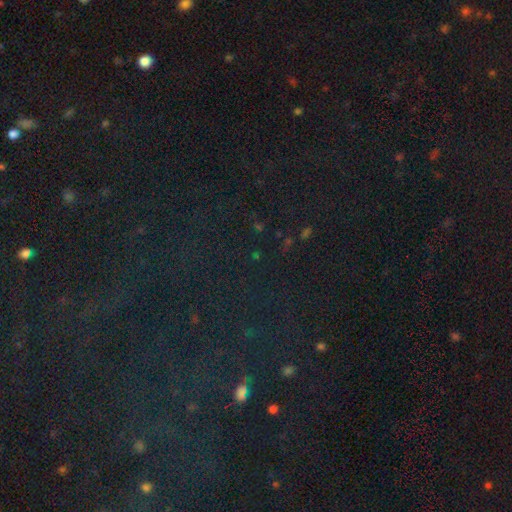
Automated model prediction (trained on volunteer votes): This appears to be a star or artifact, not a galaxy (72%).